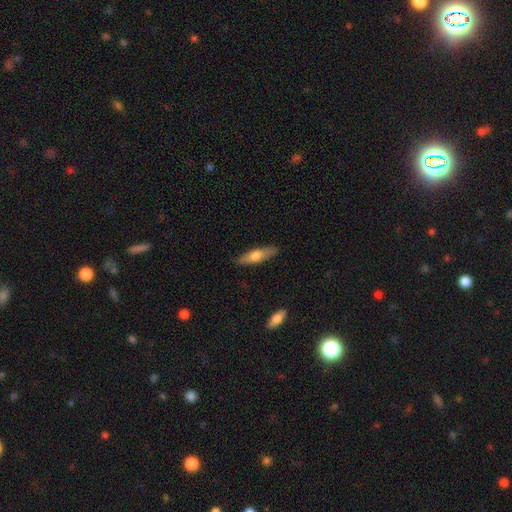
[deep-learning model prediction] Smooth or featured? smooth (56%)
How rounded? cigar-shaped (67%)
Merging? none (87%)